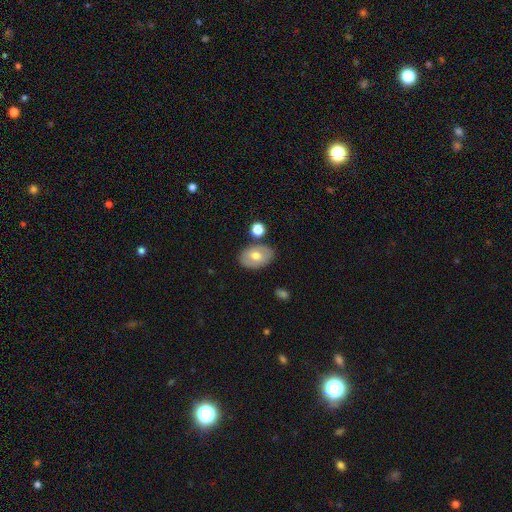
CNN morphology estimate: smooth_or_featured: smooth (p=0.61) [alt: featured or disk p=0.32]
how_rounded: in between (p=0.85) [alt: round p=0.14]
merging: none (p=0.75) [alt: minor disturbance p=0.14]